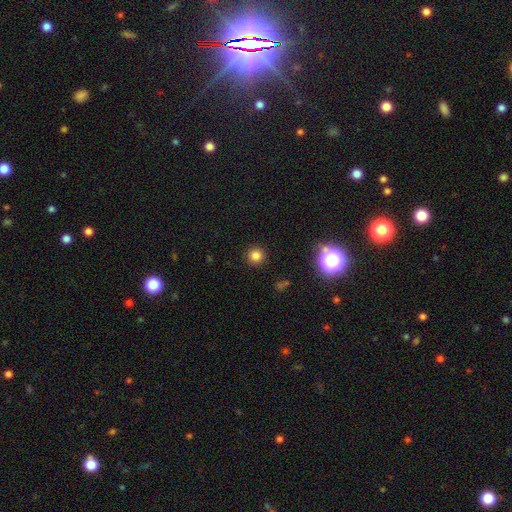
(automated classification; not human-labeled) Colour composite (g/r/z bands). It shows a smooth galaxy with no disk features (81%) that is round (95%). Merging: none (91%).